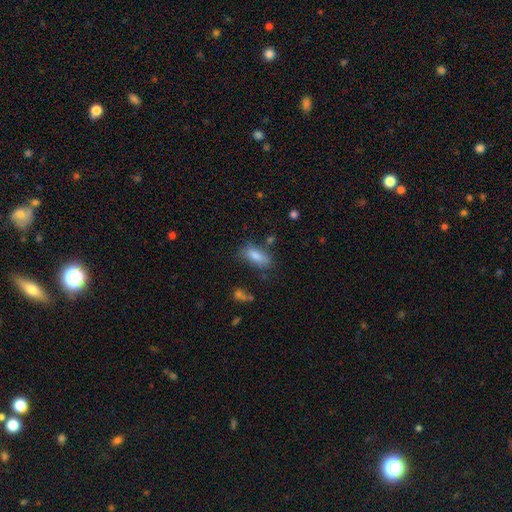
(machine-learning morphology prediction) This appears to be a smooth galaxy with no disk features (78%) that is in between round and cigar-shaped (73%). Merging: none (67%).